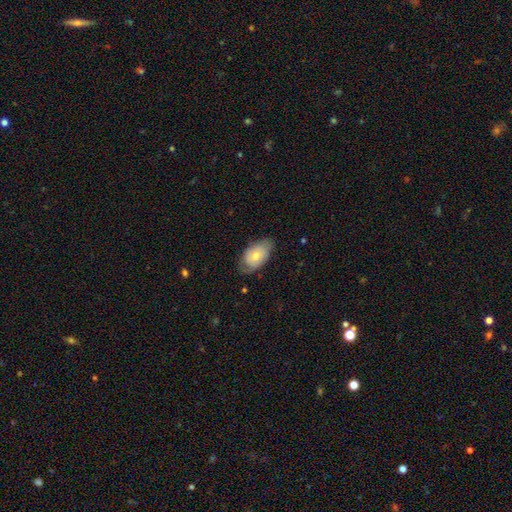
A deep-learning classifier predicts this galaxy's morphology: A smooth galaxy with no disk features (69%) that is in between round and cigar-shaped (92%).

Vote fractions:
- Smooth or featured? smooth: 69% / featured or disk: 25% / star or artifact: 6%
- How rounded? in between: 92% / round: 6% / cigar-shaped: 2%
- Merging? none: 65% / minor disturbance: 29% / major disturbance: 6% / merger: 1%